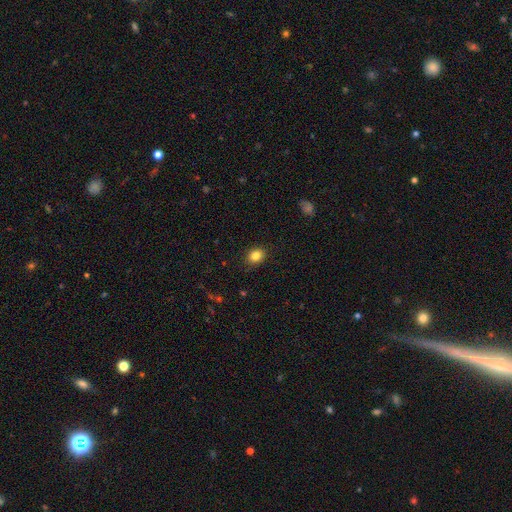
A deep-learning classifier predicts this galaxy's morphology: Q: Smooth or featured?
A: smooth (84%); runner-up: star or artifact (11%)
Q: How rounded?
A: round (54%); runner-up: in between (45%)
Q: Merging?
A: none (88%); runner-up: minor disturbance (8%)